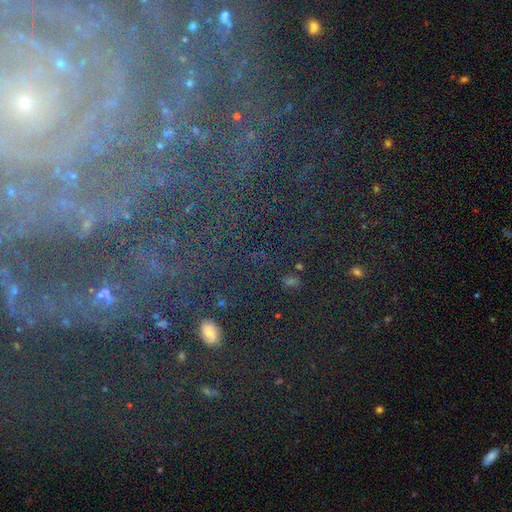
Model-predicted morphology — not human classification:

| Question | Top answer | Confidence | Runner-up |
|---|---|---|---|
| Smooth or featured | featured or disk | 43% | star or artifact (39%) |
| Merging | none | 72% | minor disturbance (14%) |